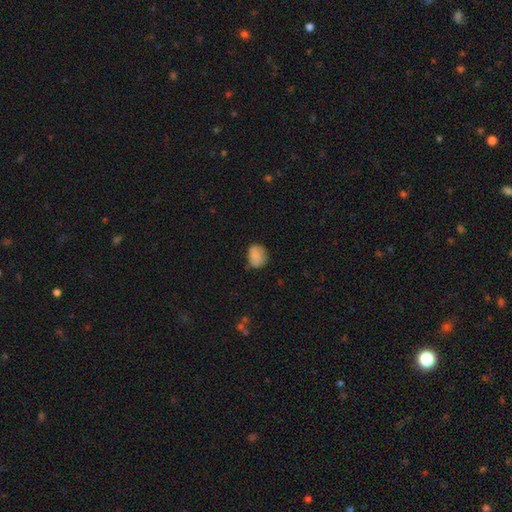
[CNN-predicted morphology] Q: Smooth or featured?
A: smooth (77%); runner-up: featured or disk (13%)
Q: How rounded?
A: round (52%); runner-up: in between (47%)
Q: Merging?
A: none (51%); runner-up: minor disturbance (34%)